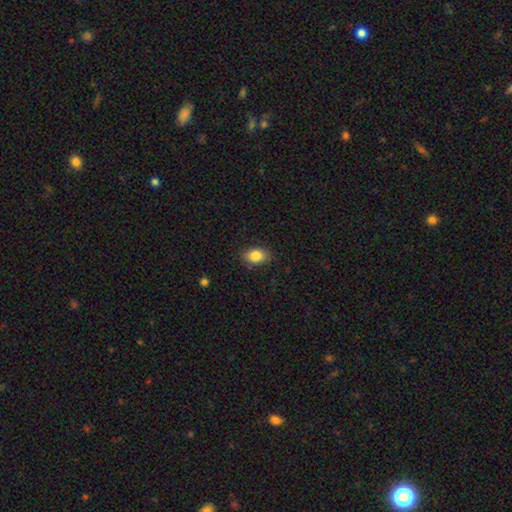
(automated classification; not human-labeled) Overall: smooth (86%). How rounded: in between (77%). Merging: none (83%).